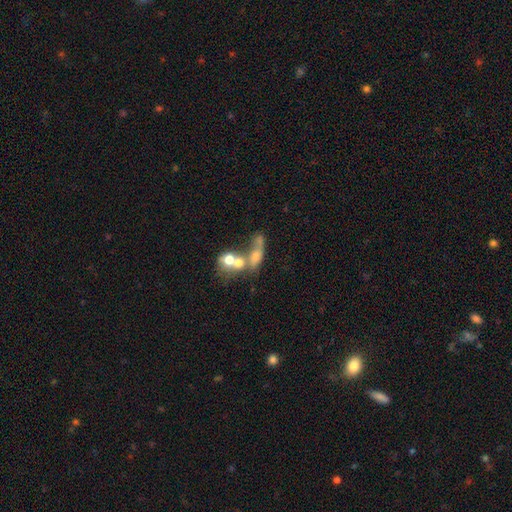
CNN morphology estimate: Smooth or featured? smooth (56%)
How rounded? in between (50%)
Merging? merger (61%)